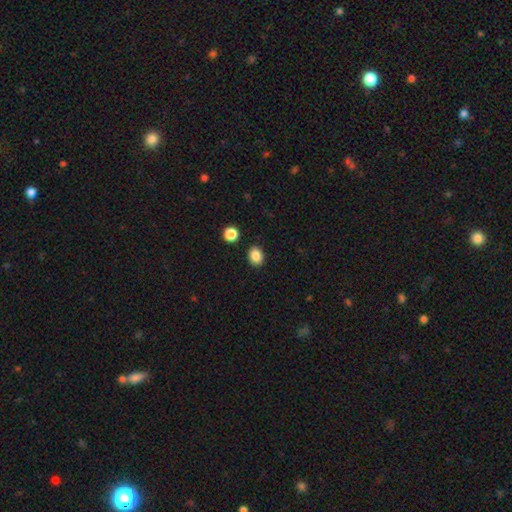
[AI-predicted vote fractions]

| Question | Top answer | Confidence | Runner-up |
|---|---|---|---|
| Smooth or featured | smooth | 87% | star or artifact (10%) |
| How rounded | in between | 53% | round (46%) |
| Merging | none | 87% | minor disturbance (8%) |